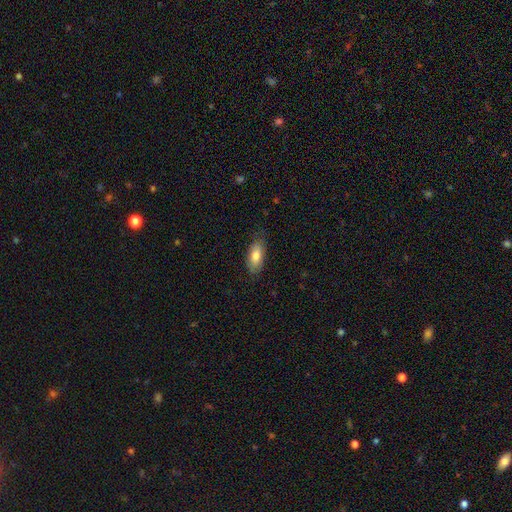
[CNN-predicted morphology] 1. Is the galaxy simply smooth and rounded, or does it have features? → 79% smooth, 14% featured or disk, 6% star or artifact.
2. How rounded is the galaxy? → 85% in between, 12% cigar-shaped, 3% round.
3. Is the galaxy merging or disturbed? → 79% none, 17% minor disturbance, 3% major disturbance, 1% merger.